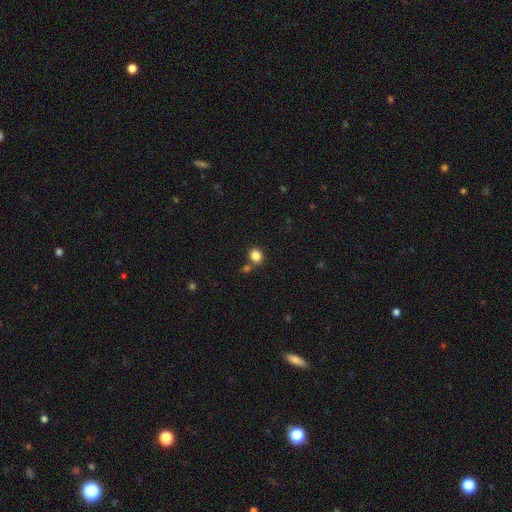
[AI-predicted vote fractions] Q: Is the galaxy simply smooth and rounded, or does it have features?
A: smooth — 84%.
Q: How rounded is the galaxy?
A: round — 63%.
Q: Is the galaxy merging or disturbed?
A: none — 71%.